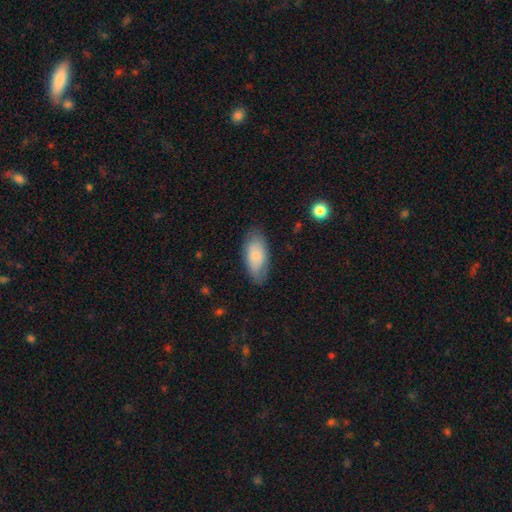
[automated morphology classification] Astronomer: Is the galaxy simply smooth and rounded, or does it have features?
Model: smooth — 77%.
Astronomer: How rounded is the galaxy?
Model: in between — 90%.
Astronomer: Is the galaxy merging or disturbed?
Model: none — 78%.